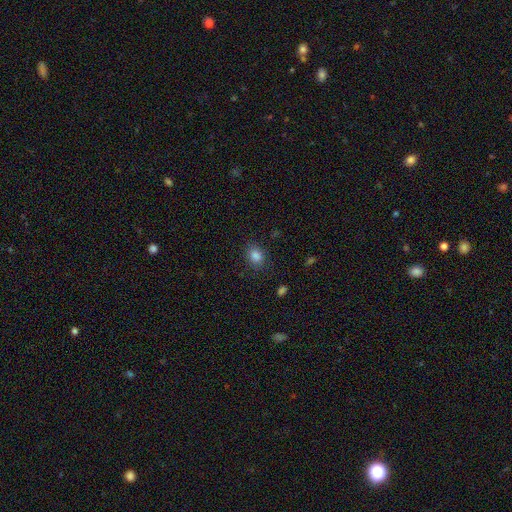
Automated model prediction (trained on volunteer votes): smooth-or-featured: smooth: 84% | star or artifact: 11% | featured or disk: 5%
  how-rounded: in between: 58% | round: 40% | cigar-shaped: 1%
  merging: none: 84% | minor disturbance: 11% | major disturbance: 3% | merger: 1%